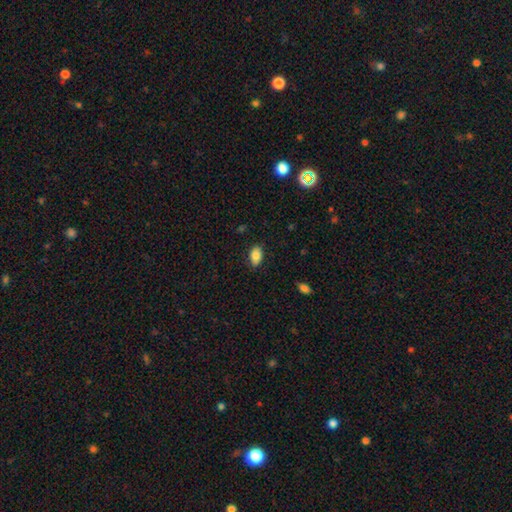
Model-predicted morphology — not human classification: Smooth or featured? Predicted: smooth (p=0.83). How rounded? Predicted: in between (p=0.90). Merging? Predicted: none (p=0.82).